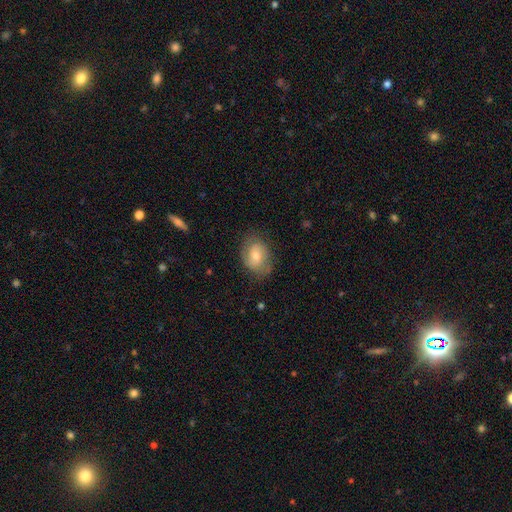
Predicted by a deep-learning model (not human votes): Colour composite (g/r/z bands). It shows a smooth galaxy with no disk features (63%) that is in between round and cigar-shaped (69%). Merging: none (68%).